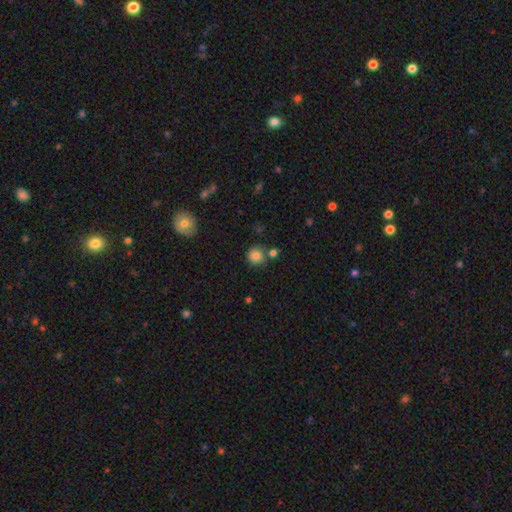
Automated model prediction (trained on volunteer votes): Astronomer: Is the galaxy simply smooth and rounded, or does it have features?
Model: smooth — 83%.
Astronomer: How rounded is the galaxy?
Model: round — 93%.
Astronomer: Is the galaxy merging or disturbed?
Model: none — 78%.